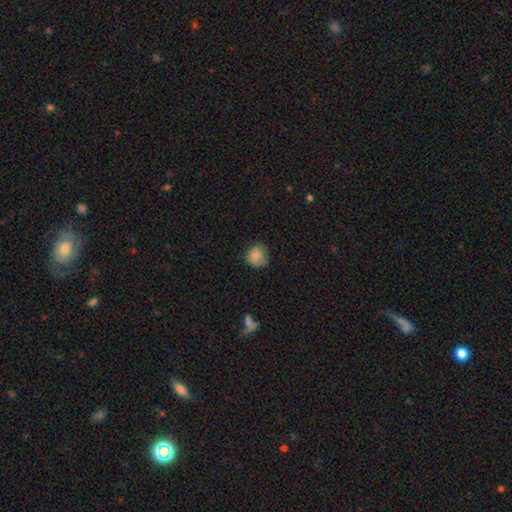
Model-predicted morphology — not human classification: A smooth galaxy with no disk features (81%) that is round (84%). Merging: none (69%).